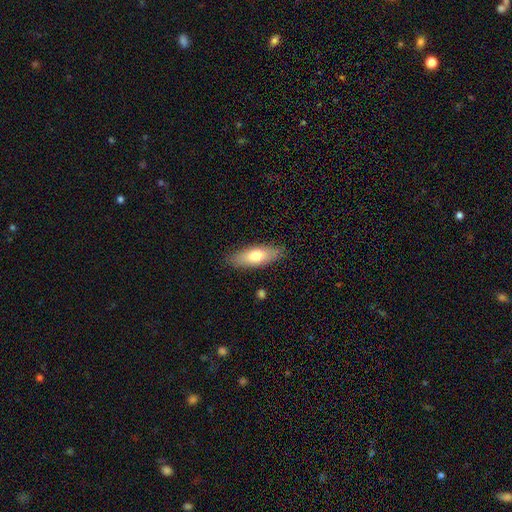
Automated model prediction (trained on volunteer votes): This is likely a smooth galaxy (71%). How rounded: likely in between (68%). Merging: clearly none (85%).